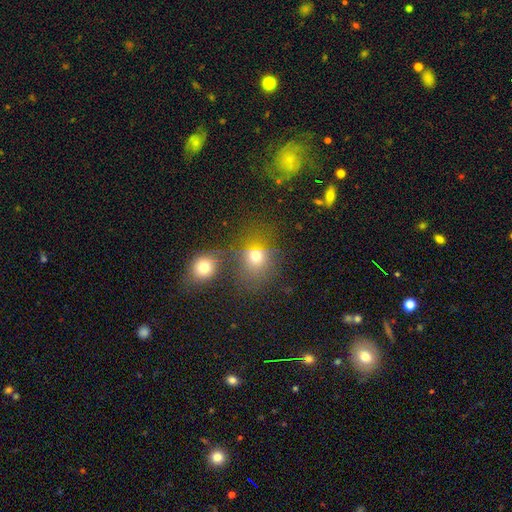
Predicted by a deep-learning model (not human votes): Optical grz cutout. It shows a smooth galaxy with no disk features (66%) that is round (71%). Merging: none (48%).